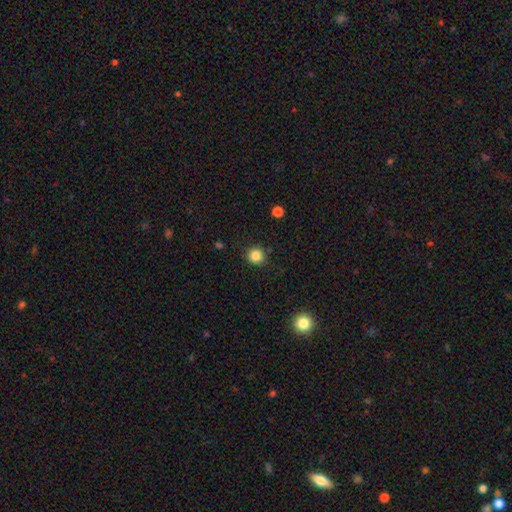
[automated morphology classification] smooth_or_featured: smooth (p=0.85) [alt: star or artifact p=0.11]
how_rounded: round (p=0.92) [alt: in between p=0.07]
merging: none (p=0.87) [alt: minor disturbance p=0.09]